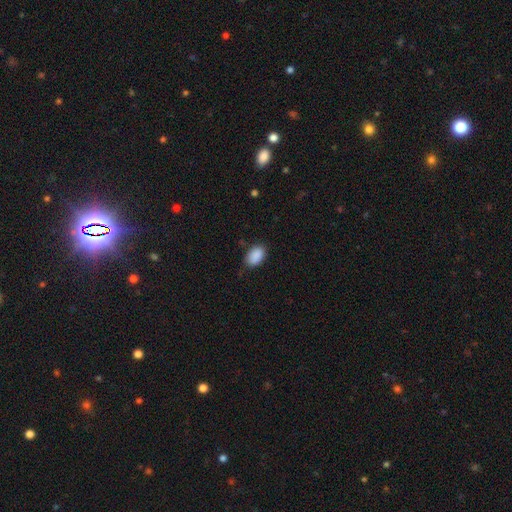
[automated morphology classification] Smooth or featured?
  - smooth: 89% *
  - star or artifact: 7%
  - featured or disk: 3%
How rounded?
  - in between: 88% *
  - round: 10%
  - cigar-shaped: 1%
Merging?
  - none: 78% *
  - minor disturbance: 18%
  - major disturbance: 3%
  - merger: 1%